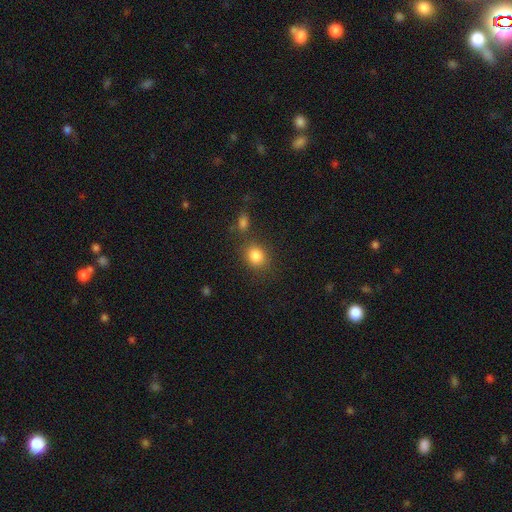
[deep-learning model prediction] smooth_or_featured: smooth (p=0.84) [alt: star or artifact p=0.10]
how_rounded: round (p=0.64) [alt: in between p=0.35]
merging: none (p=0.74) [alt: minor disturbance p=0.12]